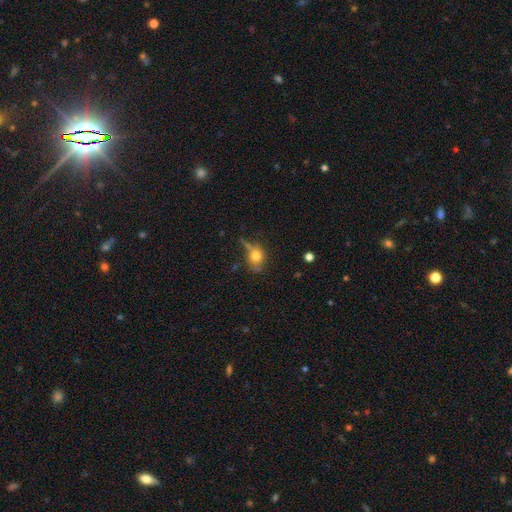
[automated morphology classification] type=smooth (71%); roundness=round (51%); merging=none (50%).